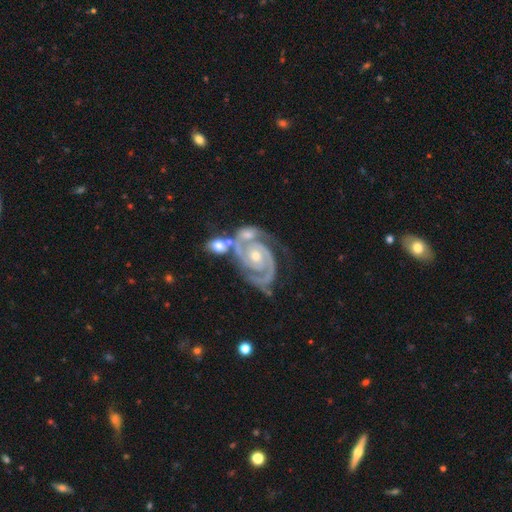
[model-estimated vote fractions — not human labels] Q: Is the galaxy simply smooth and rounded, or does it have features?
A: featured or disk — 93%.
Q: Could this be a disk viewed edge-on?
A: no — 98%.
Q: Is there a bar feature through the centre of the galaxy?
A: no — 68%.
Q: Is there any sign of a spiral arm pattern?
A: yes — 99%.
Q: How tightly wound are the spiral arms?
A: tight — 69%.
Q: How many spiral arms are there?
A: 2 — 86%.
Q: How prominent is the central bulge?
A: small — 51%.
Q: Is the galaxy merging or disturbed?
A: none — 55%.